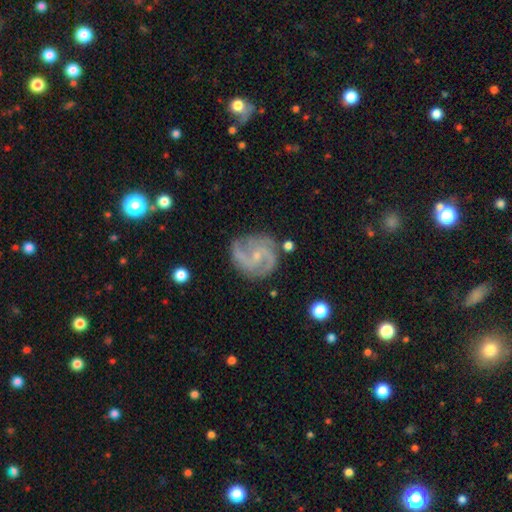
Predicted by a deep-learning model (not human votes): A featured or disk galaxy (88%) with no bar (53%), 2 (52%) medium (54%) spiral arms (97%) and a small central bulge (77%).

Vote fractions:
- Smooth or featured? featured or disk: 88% / smooth: 7% / star or artifact: 5%
- Edge-on disk? no: 98% / yes: 2%
- Bar? no: 53% / weak: 38% / strong: 9%
- Spiral arms? yes: 97% / no: 3%
- Spiral winding? medium: 54% / tight: 29% / loose: 17%
- Spiral arm count? 2: 52% / 3: 30% / can't tell: 7% / 4: 5% / 1: 3% / more than 4: 3%
- Bulge size? small: 77% / moderate: 17% / none: 4% / large: 1% / dominant: 1%
- Merging? none: 75% / minor disturbance: 17% / major disturbance: 6% / merger: 2%